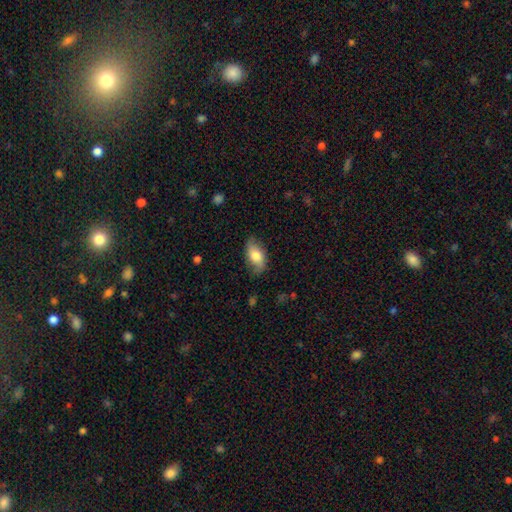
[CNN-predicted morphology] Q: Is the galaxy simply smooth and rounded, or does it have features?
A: smooth — 69%.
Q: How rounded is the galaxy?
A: in between — 91%.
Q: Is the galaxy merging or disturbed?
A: none — 76%.